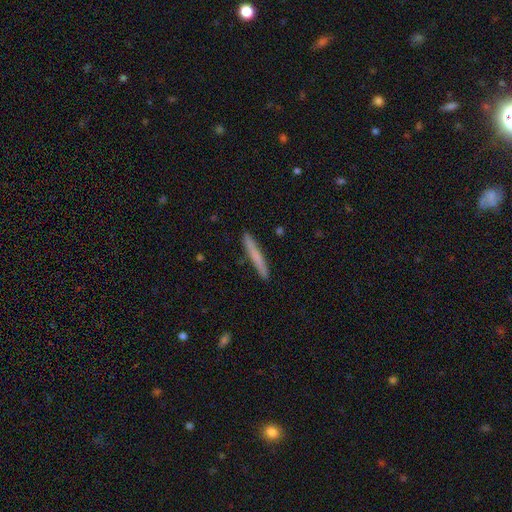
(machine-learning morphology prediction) Smooth or featured: smooth — 70% (featured or disk — 24%)
How rounded: cigar-shaped — 97% (in between — 2%)
Merging: none — 91% (minor disturbance — 6%)